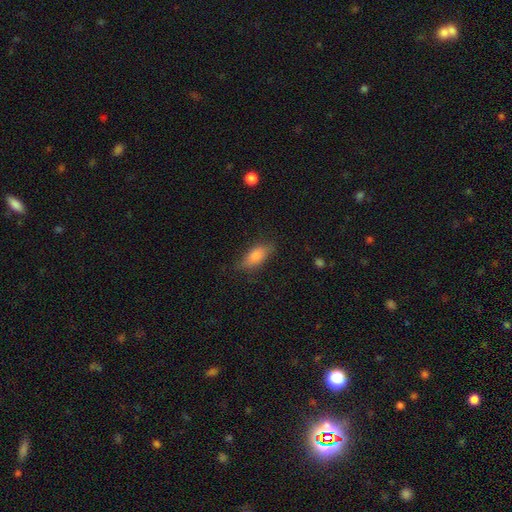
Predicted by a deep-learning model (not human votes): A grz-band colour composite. It shows a smooth galaxy with no disk features (80%) that is in between round and cigar-shaped (80%). Merging: none (75%).